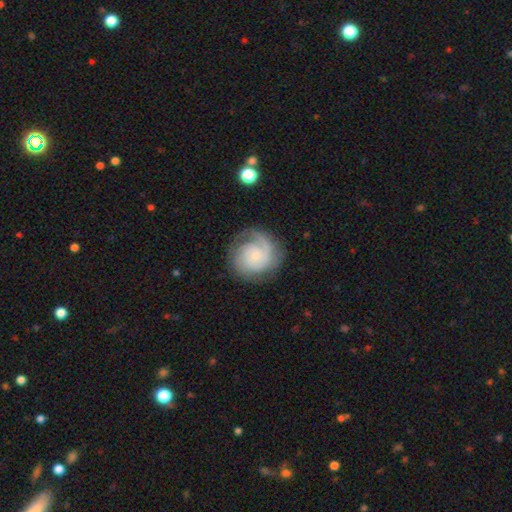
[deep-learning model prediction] This is clearly a featured or disk galaxy (80%). It is clearly not viewed edge-on (98%). Bar: likely no (74%). Spiral arm pattern: clearly yes (96%). Spiral arm count: marginally 2 (33%). Spiral winding: possibly tight (57%). Central bulge: likely small (76%). Merging: likely none (75%).